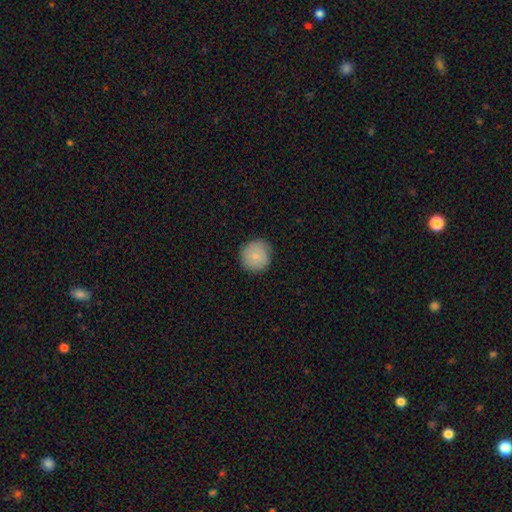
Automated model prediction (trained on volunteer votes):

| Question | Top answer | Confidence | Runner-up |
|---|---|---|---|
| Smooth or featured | smooth | 77% | featured or disk (16%) |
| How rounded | round | 94% | in between (5%) |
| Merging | none | 85% | minor disturbance (11%) |